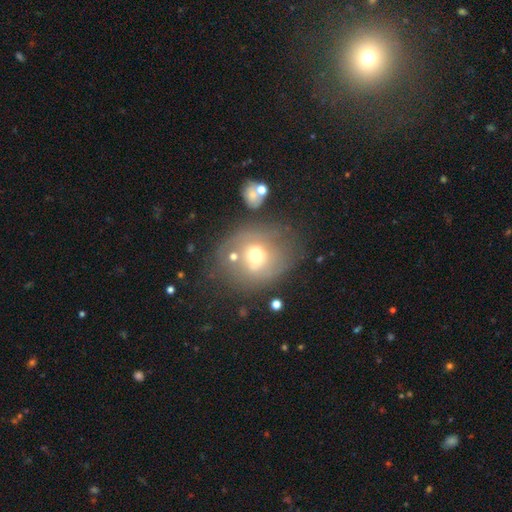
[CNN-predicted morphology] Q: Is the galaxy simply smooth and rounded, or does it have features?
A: smooth — 52%.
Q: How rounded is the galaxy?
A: round — 68%.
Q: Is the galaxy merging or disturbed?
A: none — 54%.